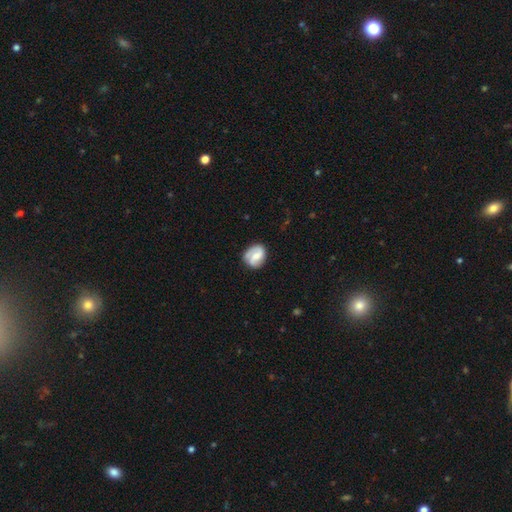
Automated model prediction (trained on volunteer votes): Q: Smooth or featured?
A: featured or disk (61%); runner-up: smooth (32%)
Q: Edge-on disk?
A: no (98%); runner-up: yes (2%)
Q: Bar?
A: weak (47%); runner-up: no (36%)
Q: Spiral arms?
A: yes (90%); runner-up: no (10%)
Q: Spiral winding?
A: medium (41%); runner-up: tight (31%)
Q: Spiral arm count?
A: 2 (73%); runner-up: 1 (13%)
Q: Bulge size?
A: moderate (43%); runner-up: small (37%)
Q: Merging?
A: none (74%); runner-up: minor disturbance (19%)